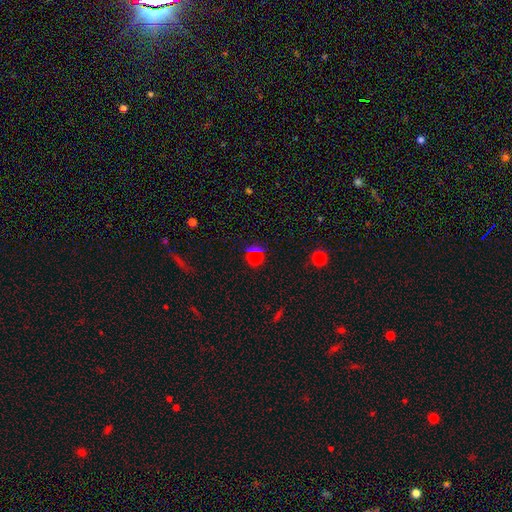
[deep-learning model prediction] smooth-or-featured: smooth: 55% | star or artifact: 38% | featured or disk: 7%
  how-rounded: round: 92% | in between: 7% | cigar-shaped: 2%
  merging: none: 85% | minor disturbance: 8% | merger: 4% | major disturbance: 4%